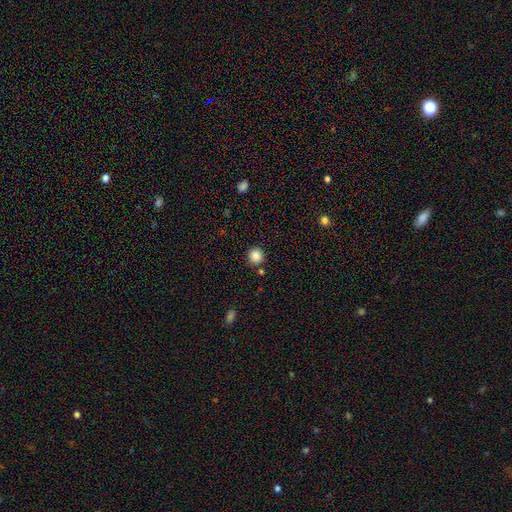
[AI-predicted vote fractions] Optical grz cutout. It shows a smooth galaxy with no disk features (86%) that is round (93%). Merging: none (86%).